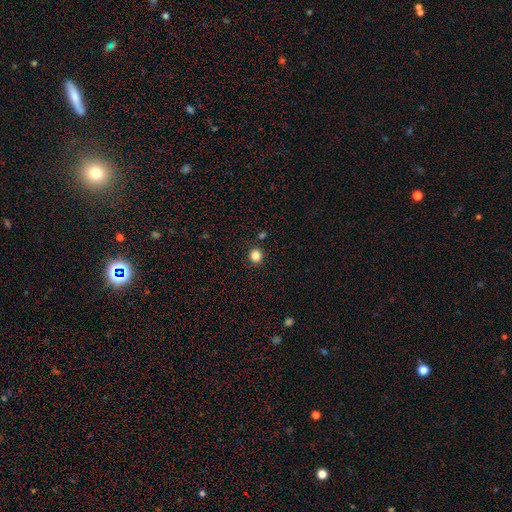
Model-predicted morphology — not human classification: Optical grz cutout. It shows a smooth galaxy with no disk features (85%) that is round (89%). Merging: none (89%).